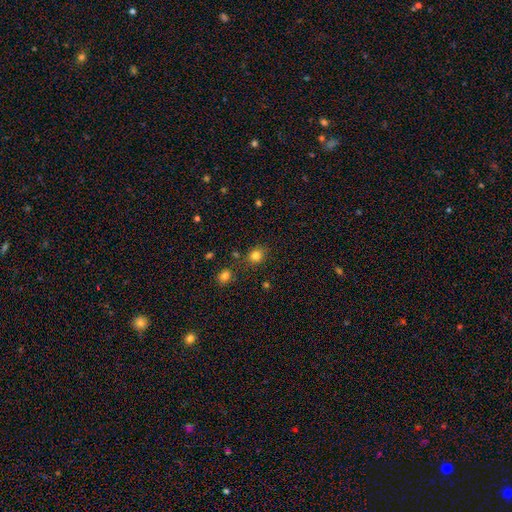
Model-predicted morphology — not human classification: type=smooth (81%); roundness=round (67%); merging=none (80%).